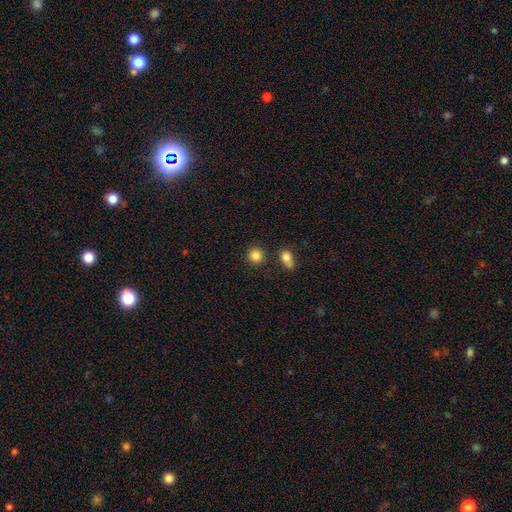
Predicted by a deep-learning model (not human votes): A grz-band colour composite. It shows a smooth galaxy with no disk features (86%) that is round (88%). Merging: none (83%).